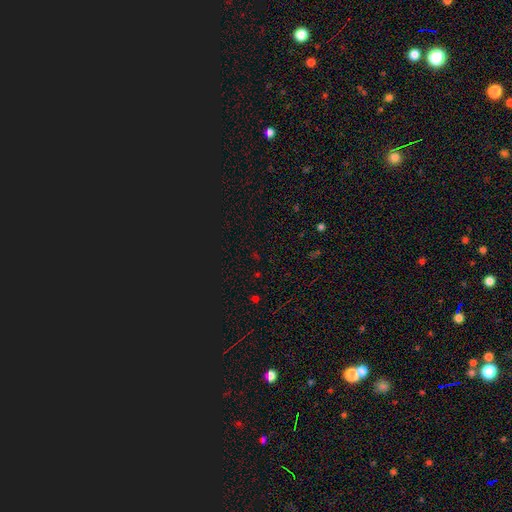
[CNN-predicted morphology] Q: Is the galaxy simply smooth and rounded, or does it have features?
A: star or artifact — 70%.